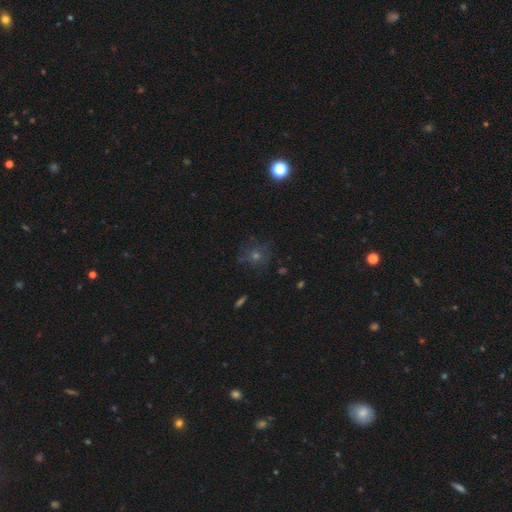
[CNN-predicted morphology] Smooth or featured?
  - smooth: 44% *
  - star or artifact: 37%
  - featured or disk: 19%
Merging?
  - none: 78% *
  - minor disturbance: 13%
  - major disturbance: 6%
  - merger: 2%